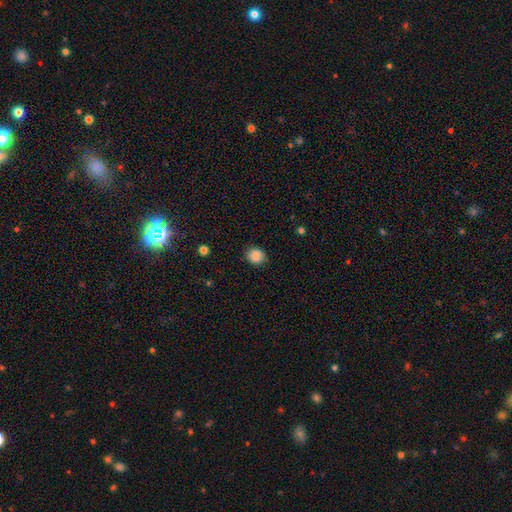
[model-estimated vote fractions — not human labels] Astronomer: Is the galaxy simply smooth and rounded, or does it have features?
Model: smooth — 87%.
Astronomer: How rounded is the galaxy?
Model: round — 74%.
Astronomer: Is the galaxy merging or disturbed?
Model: none — 87%.